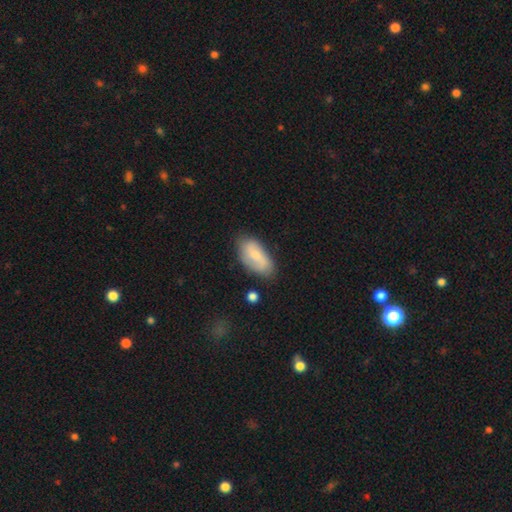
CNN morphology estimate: Overall: smooth (63%; featured or disk 30%). How rounded: in between (90%). Merging: none (71%).